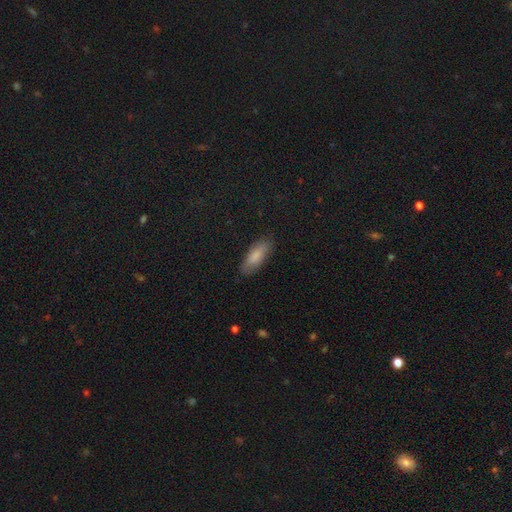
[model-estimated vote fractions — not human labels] Smooth or featured? smooth (82%)
How rounded? in between (68%)
Merging? none (83%)